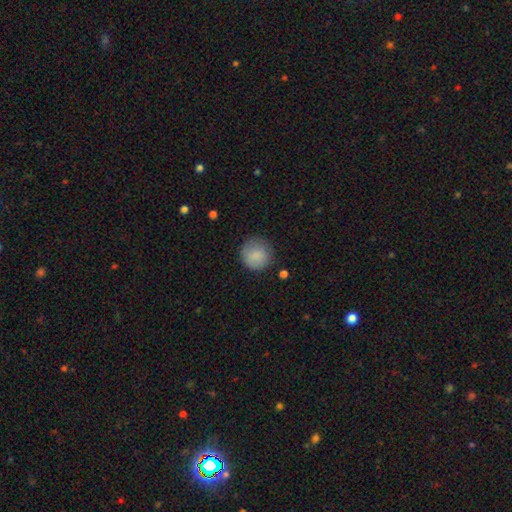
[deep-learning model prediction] This appears to be a smooth galaxy with no disk features (86%) that is round (93%). Merging: none (82%).